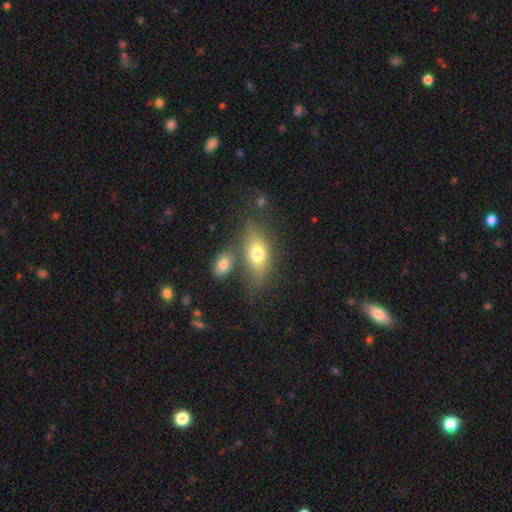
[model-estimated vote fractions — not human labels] Smooth or featured? smooth (71%)
How rounded? in between (82%)
Merging? none (56%)